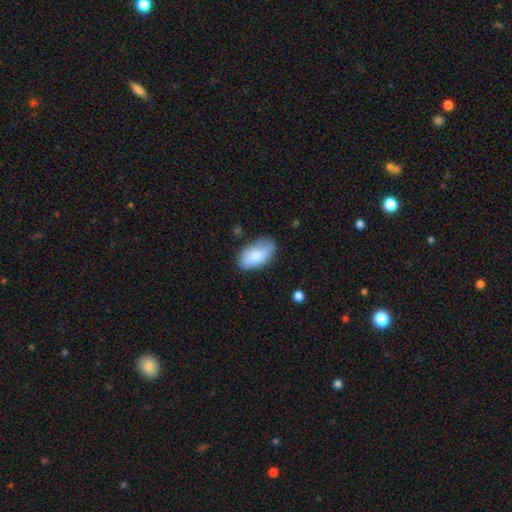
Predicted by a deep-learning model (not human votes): This is clearly a smooth galaxy (82%). How rounded: clearly in between (94%). Merging: likely none (68%).